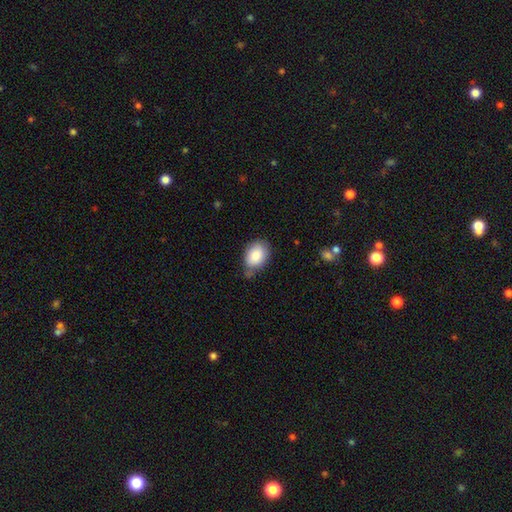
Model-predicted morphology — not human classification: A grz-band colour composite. It shows a smooth galaxy with no disk features (84%) that is in between round and cigar-shaped (77%). Merging: none (60%).